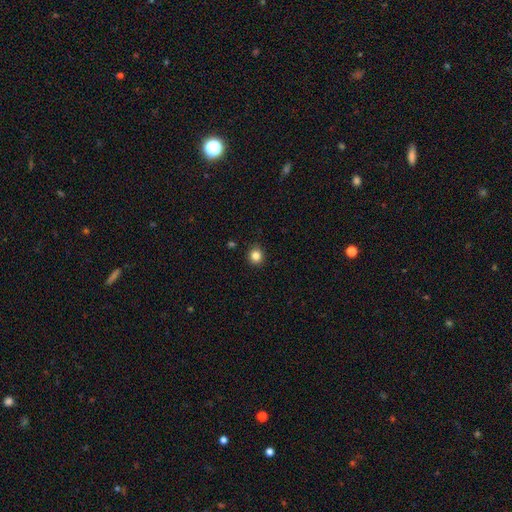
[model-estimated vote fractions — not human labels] Smooth or featured? Predicted: smooth (p=0.83). How rounded? Predicted: round (p=0.86). Merging? Predicted: none (p=0.90).